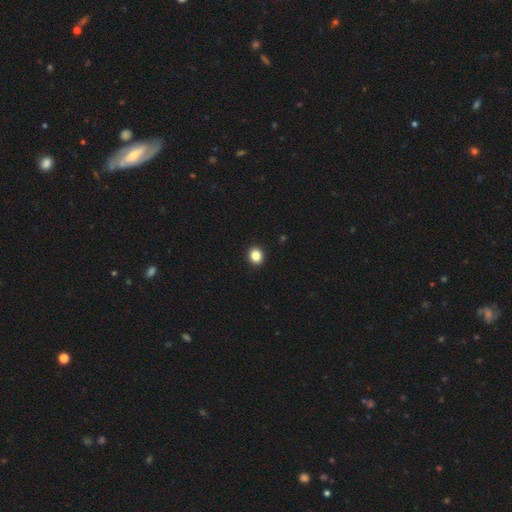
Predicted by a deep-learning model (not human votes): This appears to be a smooth galaxy with no disk features (85%) that is round (76%). Merging: none (93%).